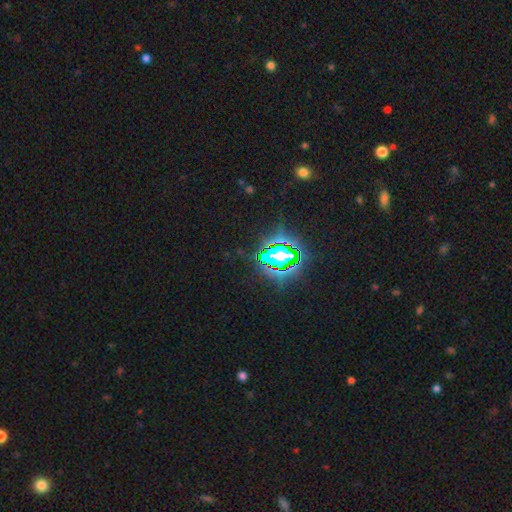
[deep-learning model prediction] smooth_or_featured: star or artifact (p=0.81) [alt: smooth p=0.11]